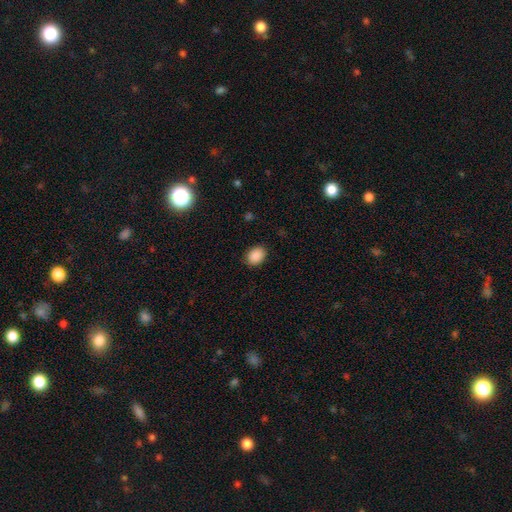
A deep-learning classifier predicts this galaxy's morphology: smooth 90%, star or artifact 8%, featured or disk 3%. Down the decision tree: how rounded — in between (65%); merging — none (87%).